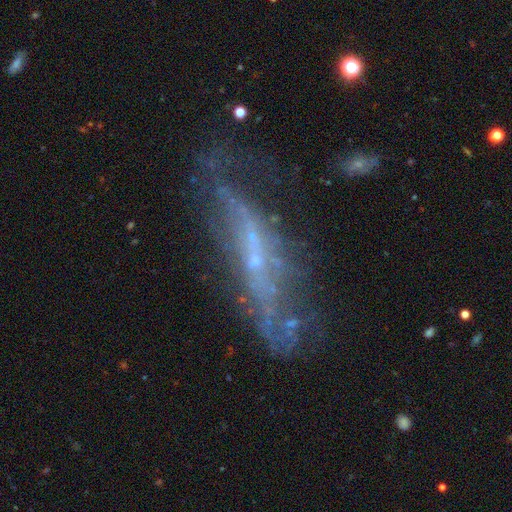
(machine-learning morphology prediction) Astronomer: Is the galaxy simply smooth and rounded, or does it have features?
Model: featured or disk — 67%.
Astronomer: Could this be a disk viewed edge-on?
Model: no — 53% (runner-up: yes, 47%).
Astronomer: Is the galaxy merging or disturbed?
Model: none — 45% (runner-up: major disturbance, 23%).